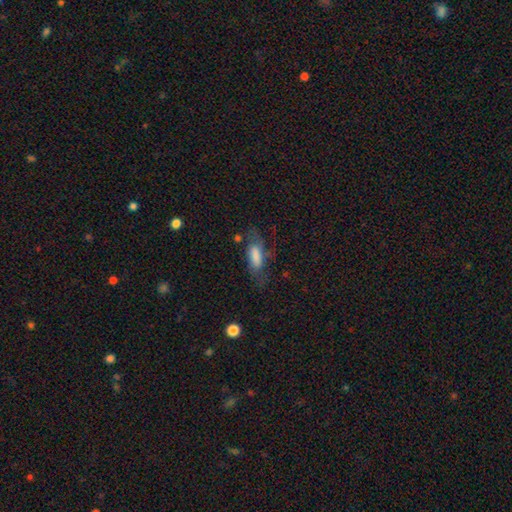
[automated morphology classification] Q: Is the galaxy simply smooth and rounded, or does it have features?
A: smooth — 67%.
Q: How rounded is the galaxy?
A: in between — 73%.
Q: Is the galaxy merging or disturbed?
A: none — 50%.